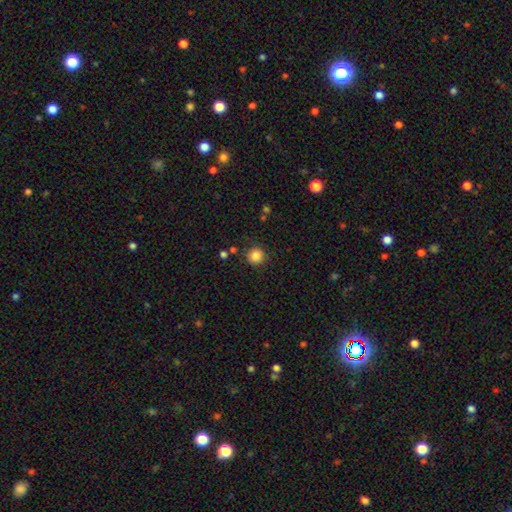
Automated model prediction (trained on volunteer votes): The model was most divided on "smooth or featured": smooth: 85%, star or artifact: 11%, featured or disk: 4%. More confident: how rounded — round (94%); merging — none (87%).